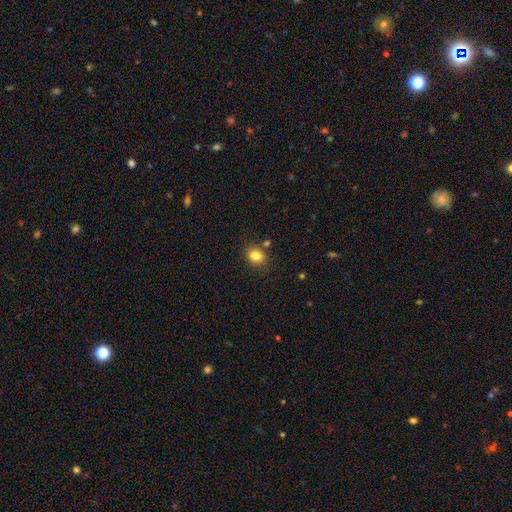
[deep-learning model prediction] Overall: smooth (84%). How rounded: round (51%; in between 48%). Merging: none (78%).